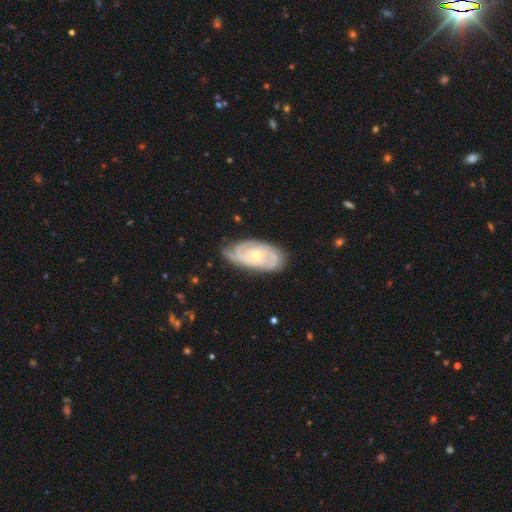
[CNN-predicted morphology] Smooth or featured: featured or disk — 85% (smooth — 10%)
Edge-on disk: no — 94% (yes — 6%)
Bar: no — 71% (weak — 23%)
Spiral arms: yes — 96% (no — 4%)
Spiral winding: tight — 67% (medium — 27%)
Spiral arm count: 2 — 34% (3 — 28%)
Bulge size: small — 52% (moderate — 45%)
Merging: none — 77% (minor disturbance — 18%)